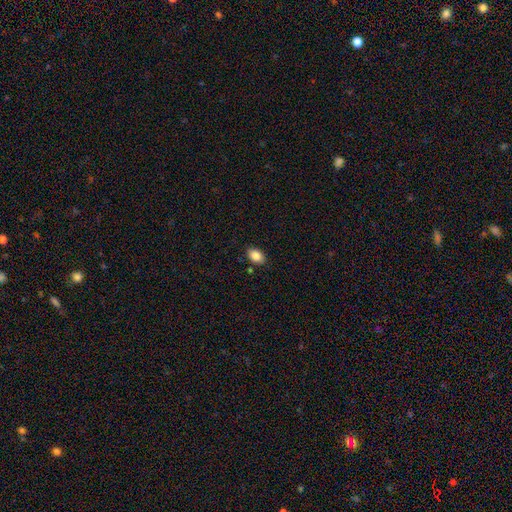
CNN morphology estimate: Smooth or featured?
  - smooth: 86% *
  - star or artifact: 8%
  - featured or disk: 6%
How rounded?
  - in between: 86% *
  - round: 13%
  - cigar-shaped: 1%
Merging?
  - none: 87% *
  - minor disturbance: 9%
  - major disturbance: 2%
  - merger: 2%